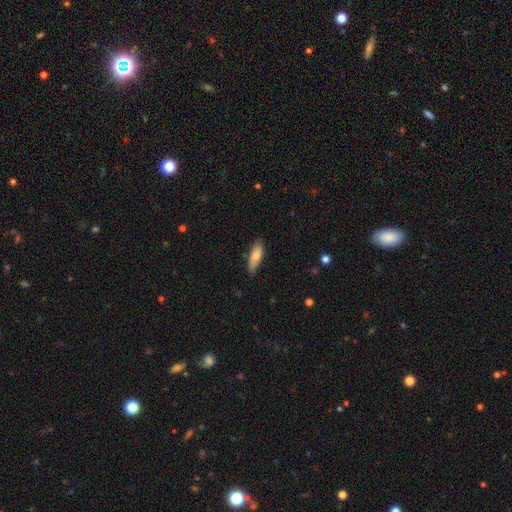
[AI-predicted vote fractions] smooth-or-featured: smooth: 71% | featured or disk: 23% | star or artifact: 6%
  how-rounded: in between: 59% | cigar-shaped: 38% | round: 2%
  merging: none: 83% | minor disturbance: 14% | major disturbance: 2% | merger: 1%